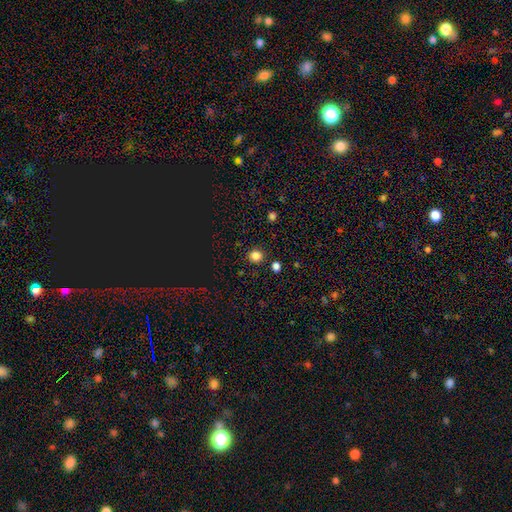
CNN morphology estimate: This appears to be a smooth galaxy with no disk features (83%) that is round (90%). Merging: none (89%).